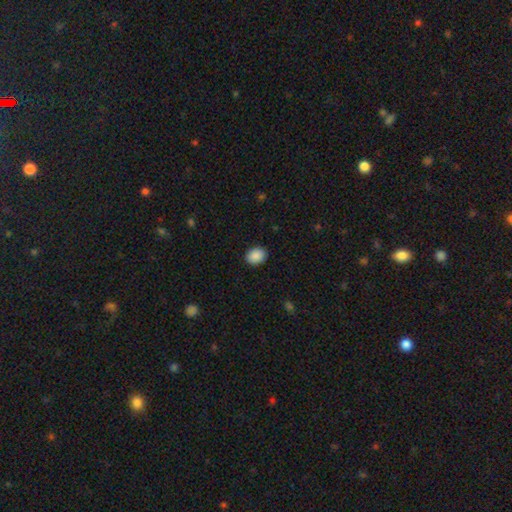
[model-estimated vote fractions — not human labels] smooth 90%, star or artifact 7%, featured or disk 3%. Down the decision tree: how rounded — in between (57%); merging — none (90%).